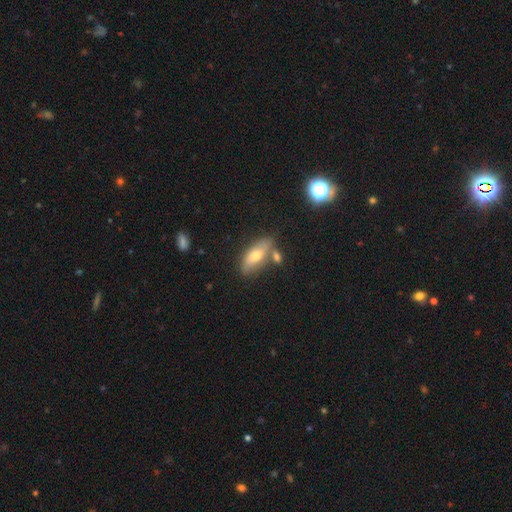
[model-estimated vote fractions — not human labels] Overall: smooth (57%; featured or disk 34%). How rounded: in between (73%). Merging: none (68%).